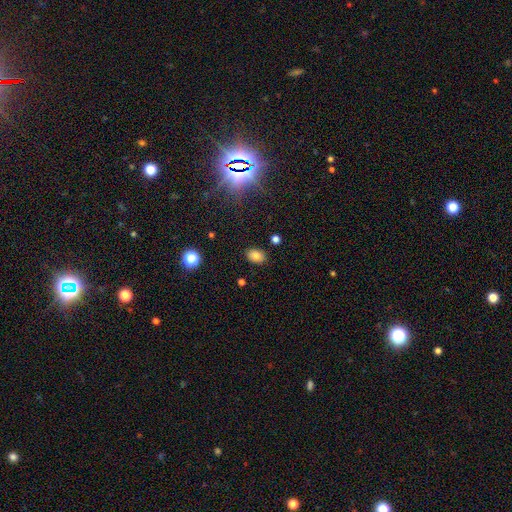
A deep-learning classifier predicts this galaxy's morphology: smooth-or-featured: smooth: 80% | star or artifact: 13% | featured or disk: 7%
  how-rounded: in between: 78% | round: 20% | cigar-shaped: 1%
  merging: none: 86% | minor disturbance: 10% | major disturbance: 3% | merger: 2%